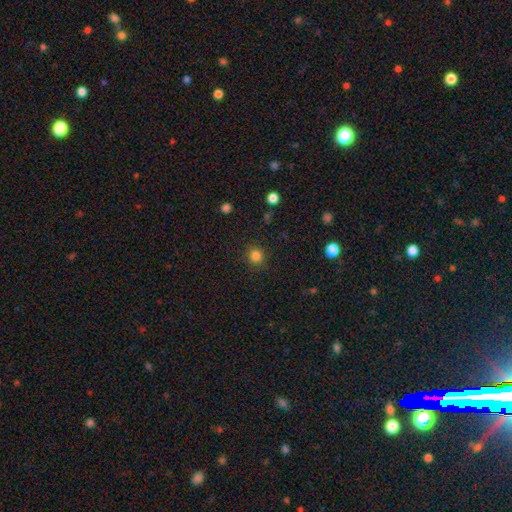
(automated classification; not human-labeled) smooth_or_featured: smooth (p=0.83) [alt: star or artifact p=0.13]
how_rounded: round (p=0.91) [alt: in between p=0.08]
merging: none (p=0.89) [alt: minor disturbance p=0.07]